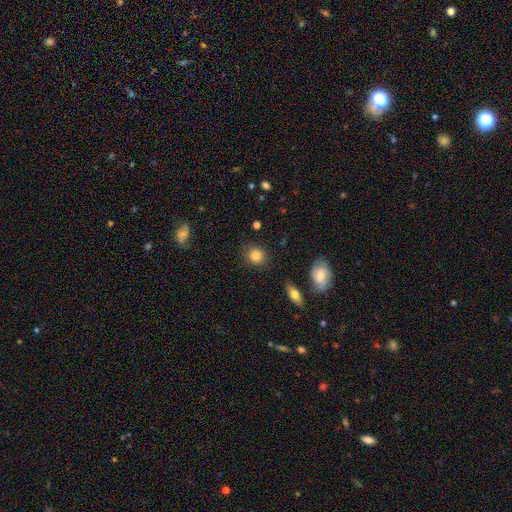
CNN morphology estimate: Smooth or featured?
  - smooth: 83% *
  - star or artifact: 9%
  - featured or disk: 7%
How rounded?
  - round: 83% *
  - in between: 15%
  - cigar-shaped: 1%
Merging?
  - none: 86% *
  - minor disturbance: 9%
  - major disturbance: 3%
  - merger: 2%